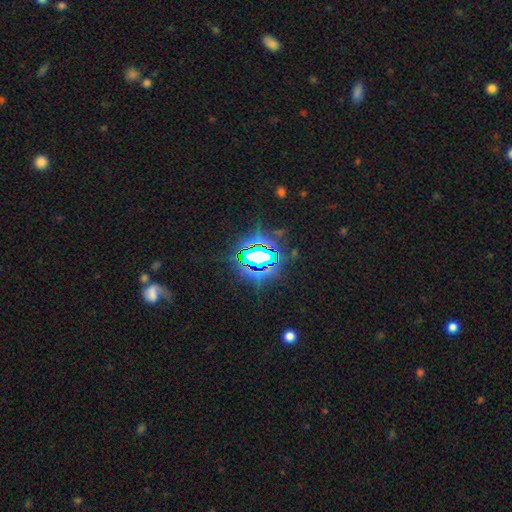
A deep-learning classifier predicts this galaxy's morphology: Smooth or featured: star or artifact — 83% (smooth — 10%)